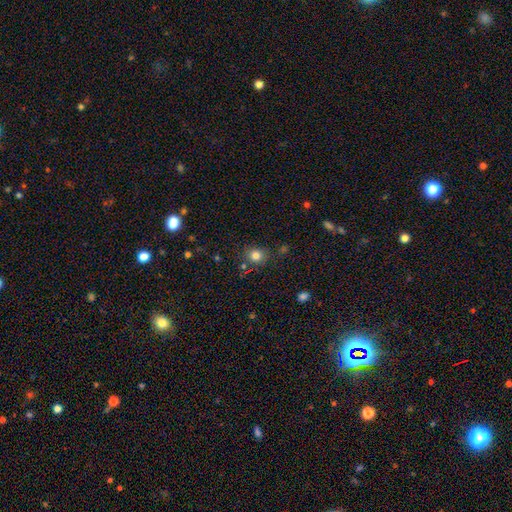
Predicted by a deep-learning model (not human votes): Smooth or featured?
  - smooth: 80% *
  - star or artifact: 13%
  - featured or disk: 6%
How rounded?
  - round: 79% *
  - in between: 20%
  - cigar-shaped: 1%
Merging?
  - none: 80% *
  - minor disturbance: 12%
  - merger: 5%
  - major disturbance: 3%